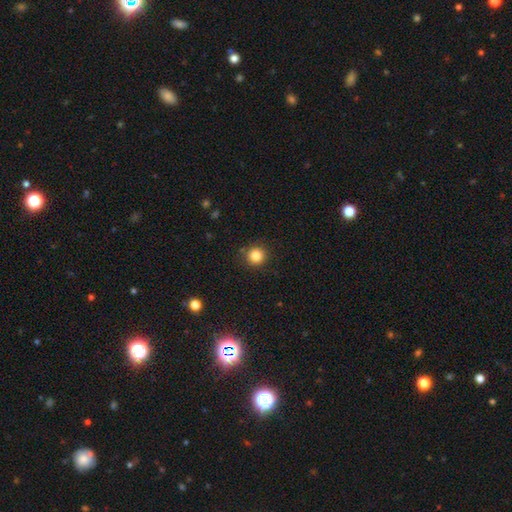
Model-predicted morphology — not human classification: The model was most divided on "smooth or featured": smooth: 85%, star or artifact: 11%, featured or disk: 4%. More confident: how rounded — round (94%); merging — none (89%).